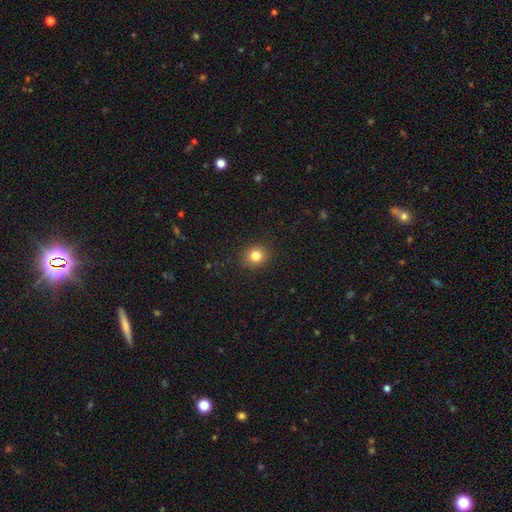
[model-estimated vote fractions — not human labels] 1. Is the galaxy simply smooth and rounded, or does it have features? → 82% smooth, 12% star or artifact, 6% featured or disk.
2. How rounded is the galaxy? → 81% round, 18% in between, 1% cigar-shaped.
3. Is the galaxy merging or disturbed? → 91% none, 6% minor disturbance, 2% major disturbance, 1% merger.